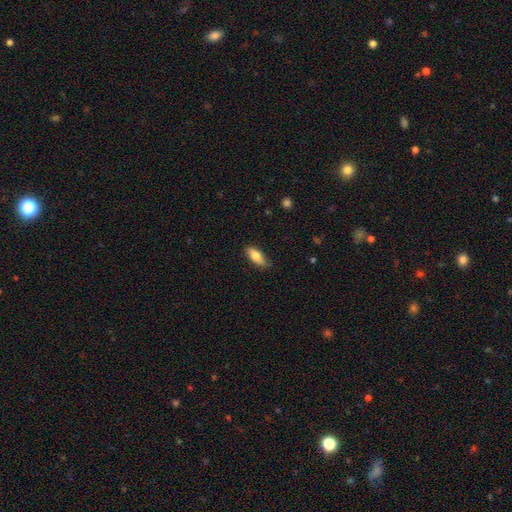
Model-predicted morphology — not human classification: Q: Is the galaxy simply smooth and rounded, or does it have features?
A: smooth — 75%.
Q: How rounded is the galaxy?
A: in between — 71%.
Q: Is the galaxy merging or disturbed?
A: none — 70%.